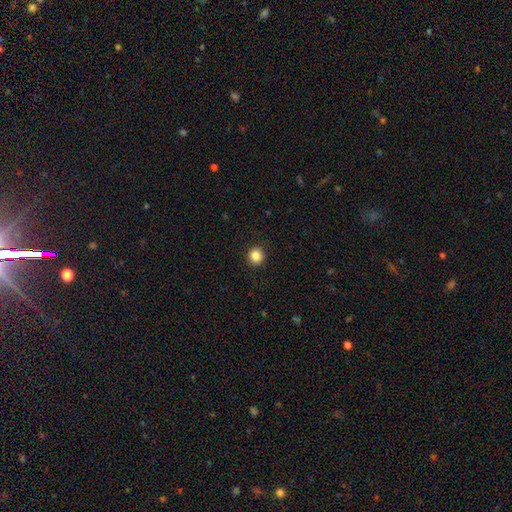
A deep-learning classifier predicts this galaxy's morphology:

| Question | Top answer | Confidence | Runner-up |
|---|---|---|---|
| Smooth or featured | smooth | 86% | star or artifact (10%) |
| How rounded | round | 90% | in between (9%) |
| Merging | none | 91% | minor disturbance (6%) |